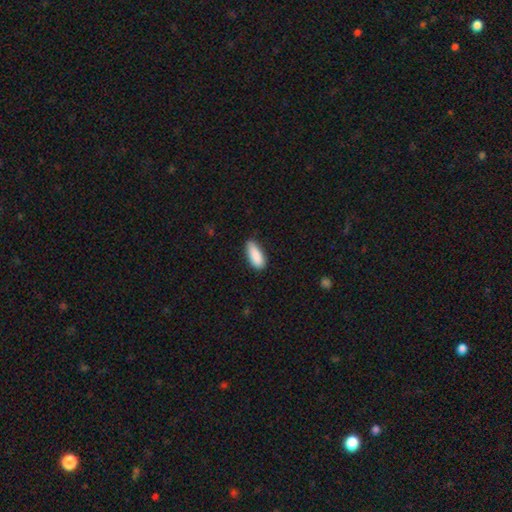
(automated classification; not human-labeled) A smooth galaxy with no disk features (89%) that is in between round and cigar-shaped (75%). Merging: none (72%).